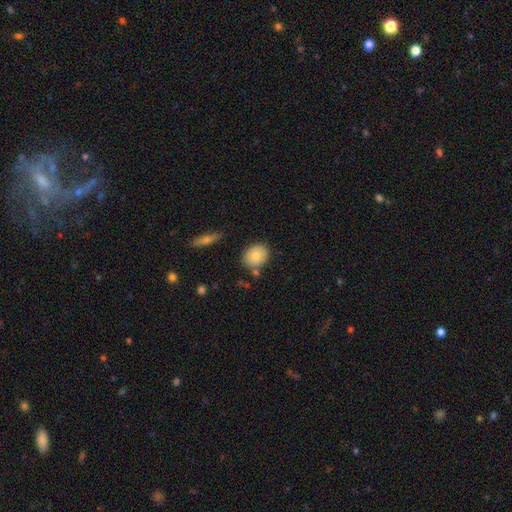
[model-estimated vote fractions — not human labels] This appears to be a smooth galaxy with no disk features (79%) that is round (61%). Merging: none (76%).